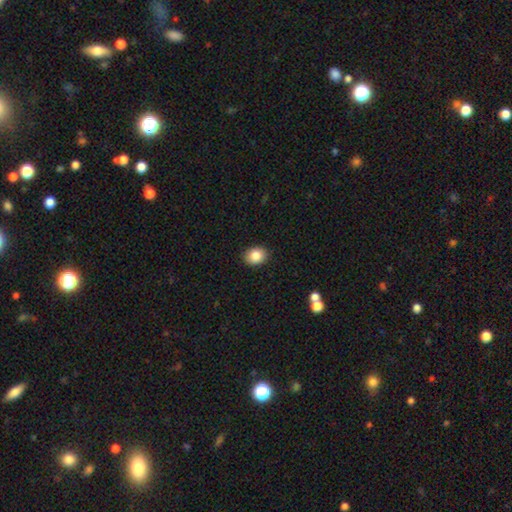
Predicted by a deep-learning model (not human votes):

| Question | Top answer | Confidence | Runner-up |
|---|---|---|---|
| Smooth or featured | smooth | 86% | star or artifact (9%) |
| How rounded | in between | 54% | round (45%) |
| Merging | none | 90% | minor disturbance (7%) |